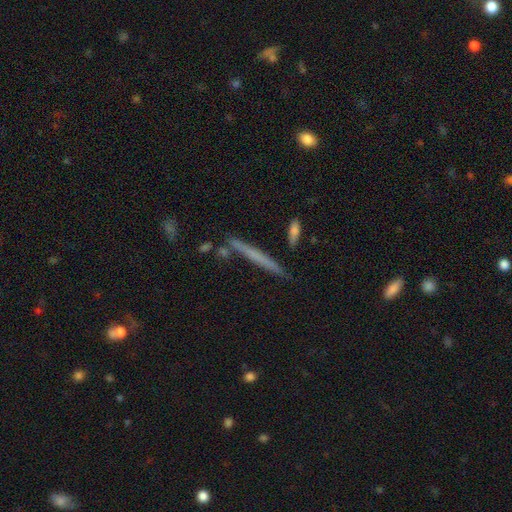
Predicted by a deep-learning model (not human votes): The model was most divided on "smooth or featured": smooth: 48%, featured or disk: 43%, star or artifact: 8%. More confident: merging — none (86%).